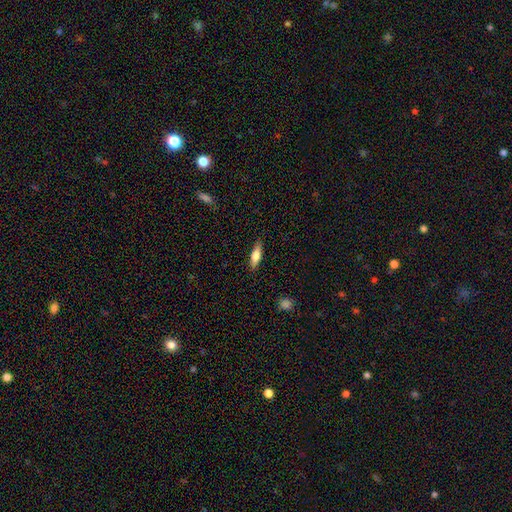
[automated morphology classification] type=smooth (62%); roundness=cigar-shaped (51%); merging=none (88%).